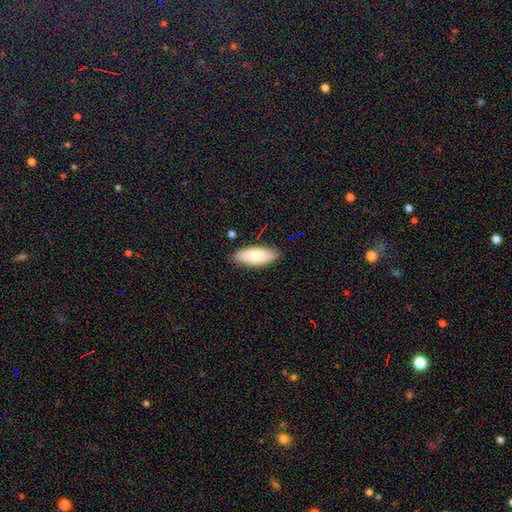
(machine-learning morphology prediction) Smooth or featured?
  - smooth: 78% *
  - featured or disk: 16%
  - star or artifact: 6%
How rounded?
  - in between: 80% *
  - cigar-shaped: 18%
  - round: 2%
Merging?
  - none: 86% *
  - minor disturbance: 11%
  - major disturbance: 2%
  - merger: 1%